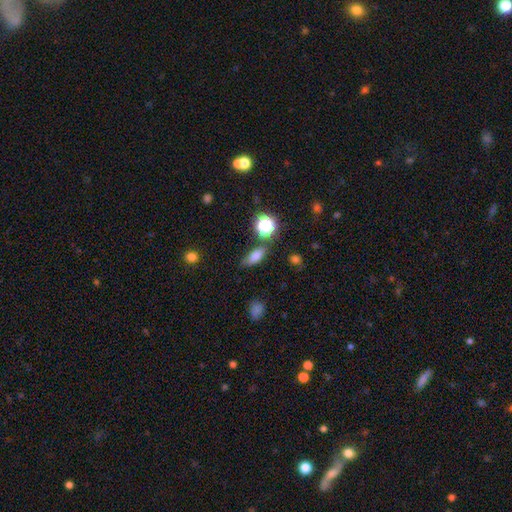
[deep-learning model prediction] Smooth or featured? smooth (73%)
How rounded? in between (68%)
Merging? none (71%)